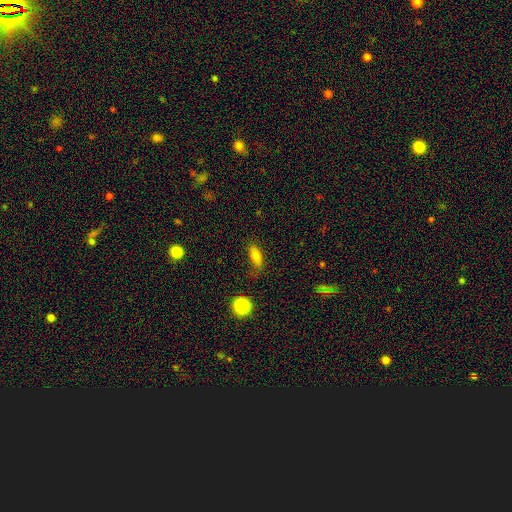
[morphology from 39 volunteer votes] smooth_or_featured: smooth (p=0.69) [alt: featured or disk p=0.21]
how_rounded: in between (p=0.85) [alt: cigar-shaped p=0.15]
merging: none (p=0.86) [alt: minor disturbance p=0.11]